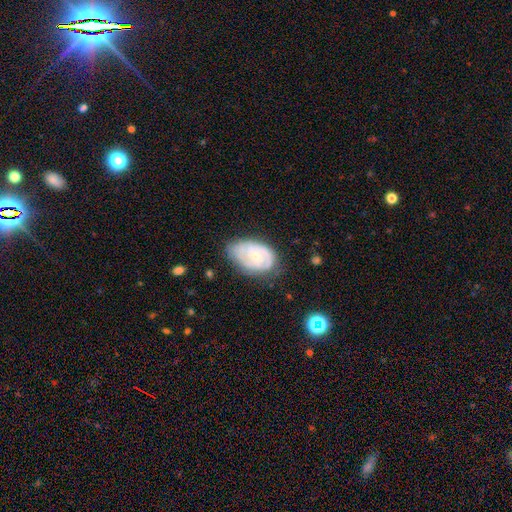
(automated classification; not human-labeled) A featured or disk galaxy (76%) with no bar (61%), 2 (53%) tight (62%) spiral arms (92%) and a small central bulge (59%). Merging: none (66%).